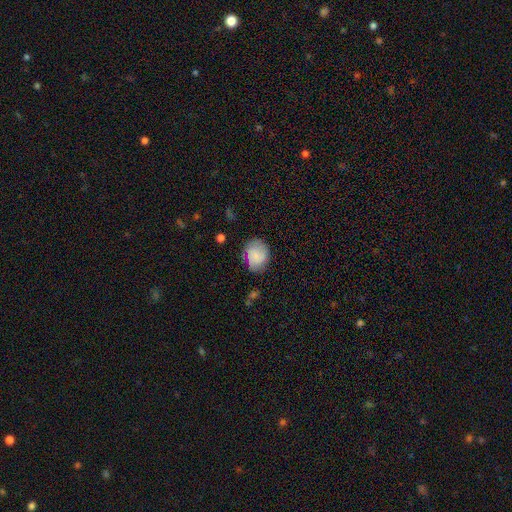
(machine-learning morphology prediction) Smooth or featured?
  - smooth: 70% *
  - featured or disk: 22%
  - star or artifact: 8%
How rounded?
  - round: 58% *
  - in between: 41%
  - cigar-shaped: 1%
Merging?
  - none: 73% *
  - minor disturbance: 19%
  - major disturbance: 6%
  - merger: 2%